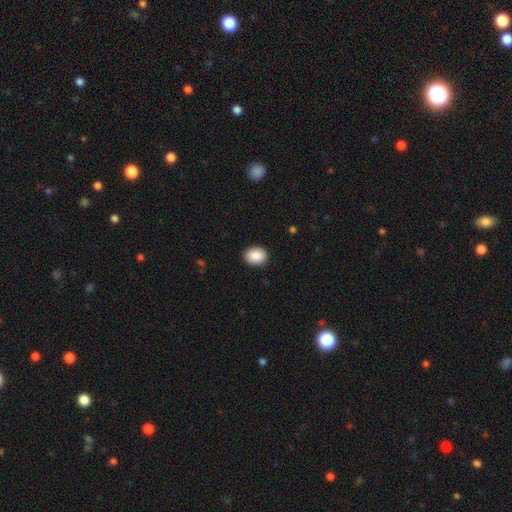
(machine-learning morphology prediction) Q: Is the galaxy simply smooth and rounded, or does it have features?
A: smooth — 89%.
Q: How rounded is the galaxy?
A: in between — 57%.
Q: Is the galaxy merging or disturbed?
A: none — 90%.